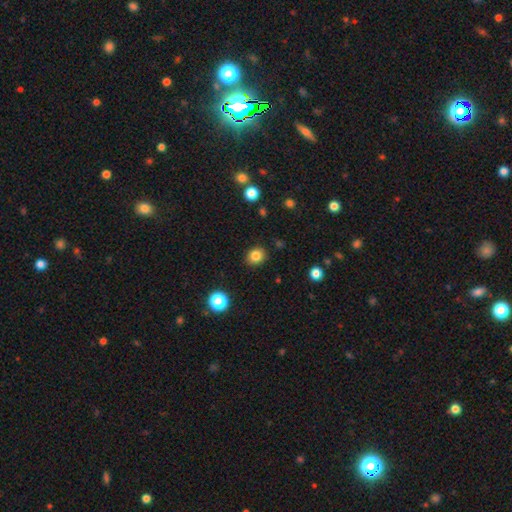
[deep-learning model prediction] Q: Smooth or featured?
A: smooth (83%); runner-up: star or artifact (11%)
Q: How rounded?
A: round (72%); runner-up: in between (27%)
Q: Merging?
A: none (89%); runner-up: minor disturbance (8%)